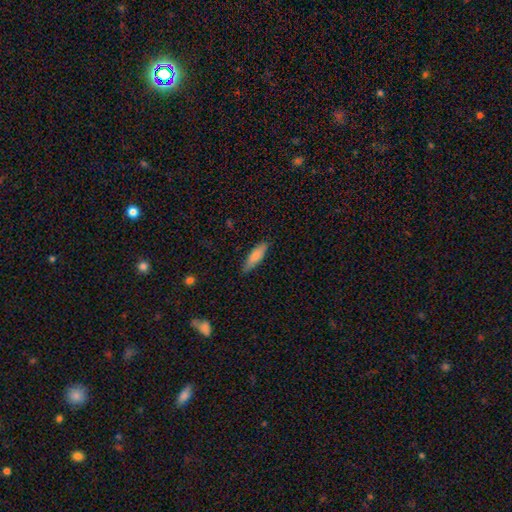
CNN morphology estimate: This is likely a smooth galaxy (80%). How rounded: possibly cigar-shaped (51%). Merging: clearly none (82%).